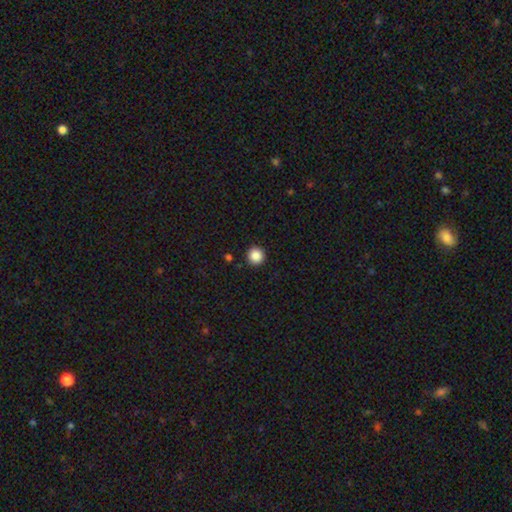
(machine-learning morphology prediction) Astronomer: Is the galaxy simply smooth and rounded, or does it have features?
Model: smooth — 87%.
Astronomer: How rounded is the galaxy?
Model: round — 95%.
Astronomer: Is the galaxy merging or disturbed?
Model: none — 92%.